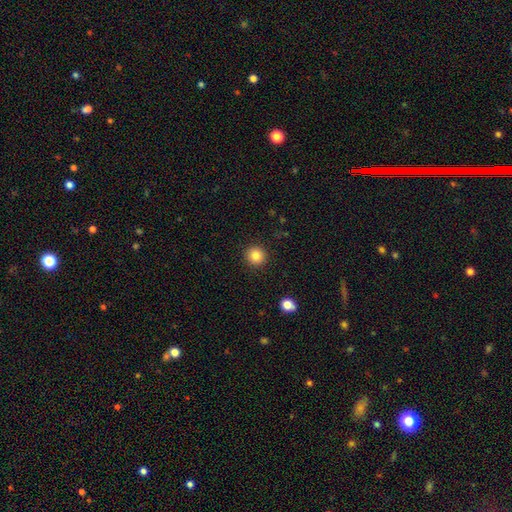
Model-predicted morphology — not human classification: The model was most divided on "smooth or featured": smooth: 84%, star or artifact: 11%, featured or disk: 5%. More confident: how rounded — round (94%); merging — none (92%).